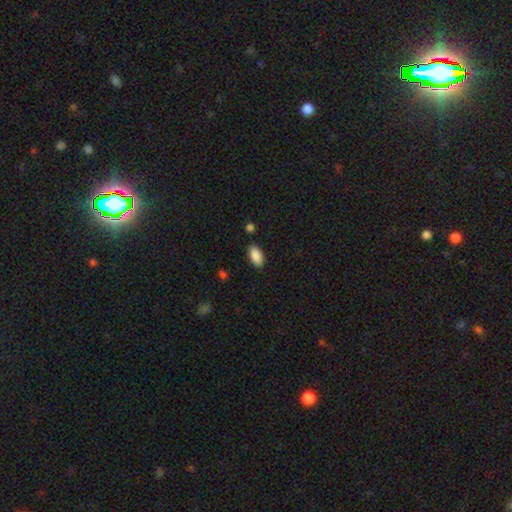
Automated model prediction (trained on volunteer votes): Smooth or featured? Predicted: smooth (p=0.89). How rounded? Predicted: in between (p=0.92). Merging? Predicted: none (p=0.86).